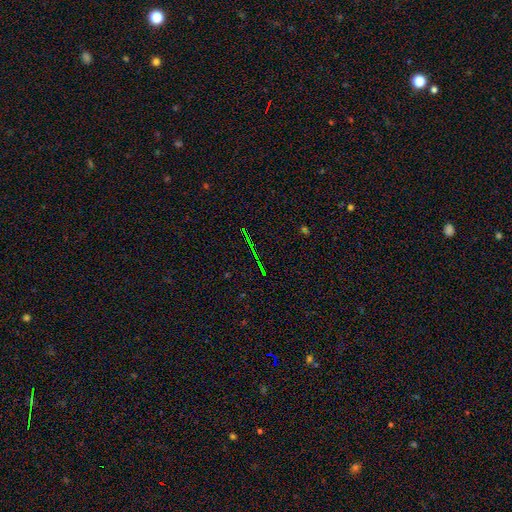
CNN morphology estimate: A star or artifact, not a galaxy (76%).